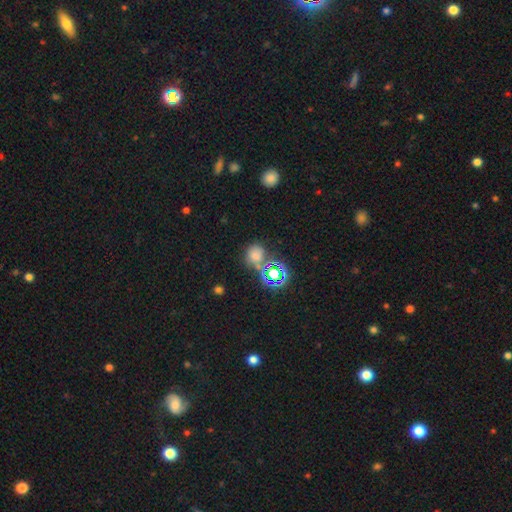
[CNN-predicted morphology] A smooth galaxy with no disk features (56%) that is round (76%). Merging: none (61%).